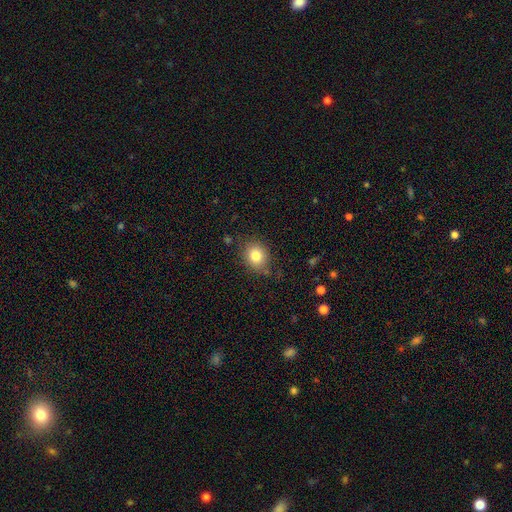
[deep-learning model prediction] Smooth or featured: smooth — 81% (star or artifact — 10%)
How rounded: round — 67% (in between — 32%)
Merging: none — 80% (minor disturbance — 15%)